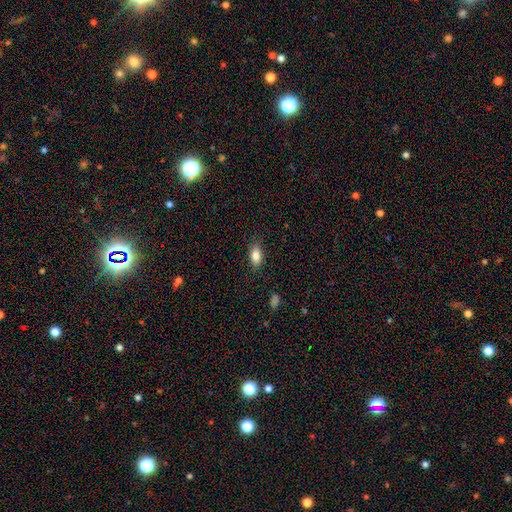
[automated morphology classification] smooth-or-featured: smooth: 84% | star or artifact: 8% | featured or disk: 8%
  how-rounded: in between: 87% | cigar-shaped: 8% | round: 5%
  merging: none: 84% | minor disturbance: 12% | major disturbance: 3% | merger: 1%